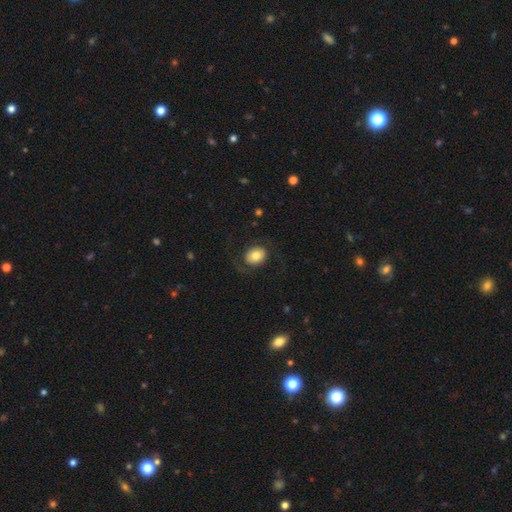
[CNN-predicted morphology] Smooth or featured? smooth (70%)
How rounded? round (53%)
Merging? none (74%)